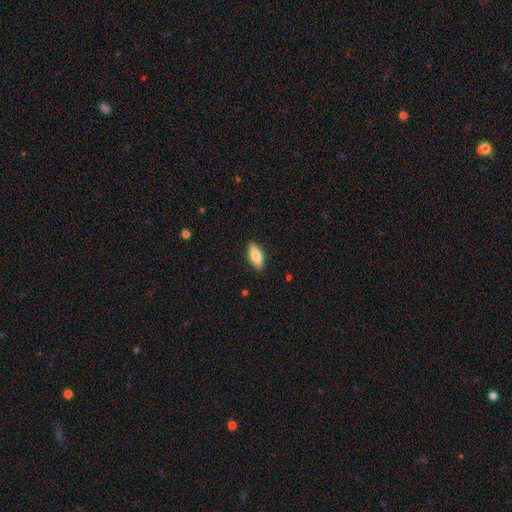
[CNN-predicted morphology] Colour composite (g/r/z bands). It shows a smooth galaxy with no disk features (77%) that is in between round and cigar-shaped (82%). Merging: none (88%).